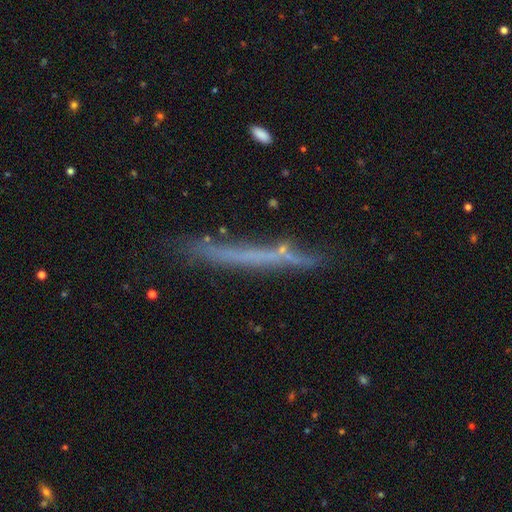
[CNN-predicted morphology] featured or disk 50%, smooth 40%, star or artifact 10%. Down the decision tree: edge-on disk — yes (88%); merging — none (74%).